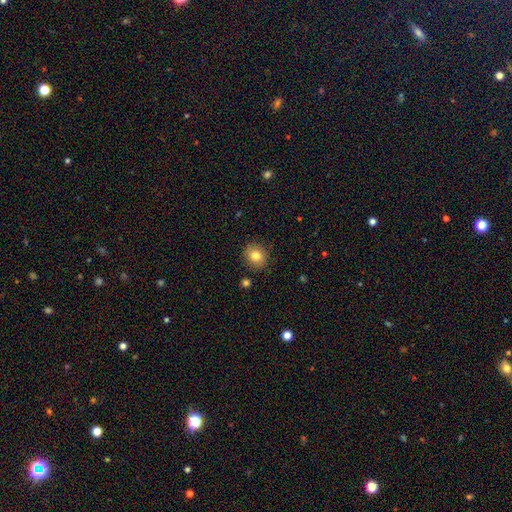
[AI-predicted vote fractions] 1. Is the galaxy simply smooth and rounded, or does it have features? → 81% smooth, 10% star or artifact, 9% featured or disk.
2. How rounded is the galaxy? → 77% round, 22% in between, 1% cigar-shaped.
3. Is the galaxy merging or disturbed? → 89% none, 8% minor disturbance, 2% major disturbance, 2% merger.